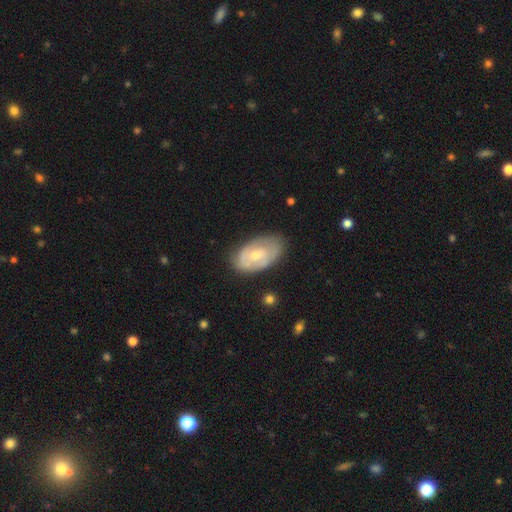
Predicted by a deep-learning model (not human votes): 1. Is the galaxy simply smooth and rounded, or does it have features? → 55% featured or disk, 39% smooth, 6% star or artifact.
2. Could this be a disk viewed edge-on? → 93% no, 7% yes.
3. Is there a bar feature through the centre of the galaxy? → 68% no, 27% weak, 5% strong.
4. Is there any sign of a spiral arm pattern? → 53% yes, 47% no.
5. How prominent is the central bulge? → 53% moderate, 42% small, 3% large, 2% none, 1% dominant.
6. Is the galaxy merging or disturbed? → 70% none, 22% minor disturbance, 6% major disturbance, 2% merger.